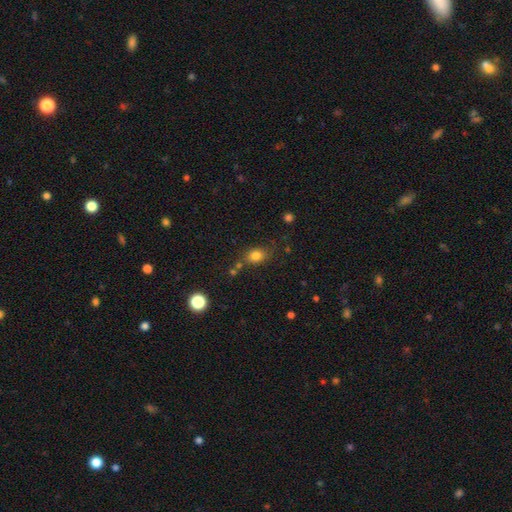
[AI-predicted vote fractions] Q: Smooth or featured?
A: smooth (79%); runner-up: star or artifact (12%)
Q: How rounded?
A: in between (59%); runner-up: round (39%)
Q: Merging?
A: none (70%); runner-up: minor disturbance (17%)